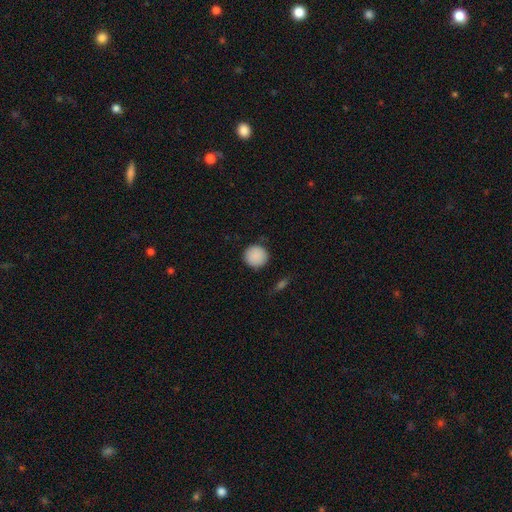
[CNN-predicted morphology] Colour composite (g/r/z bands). It shows a smooth galaxy with no disk features (89%) that is round (94%). Merging: none (87%).